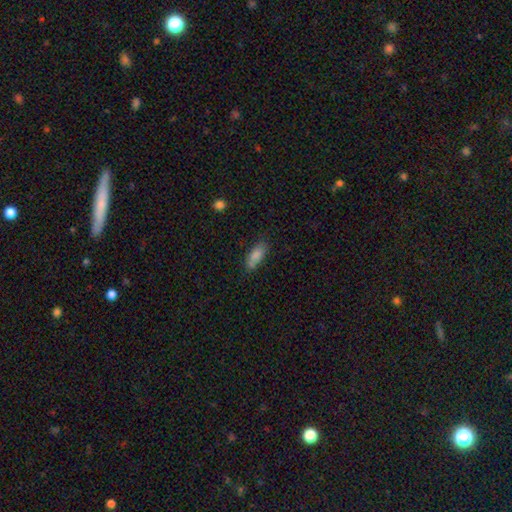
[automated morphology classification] Overall: smooth (82%). How rounded: in between (76%). Merging: none (63%).